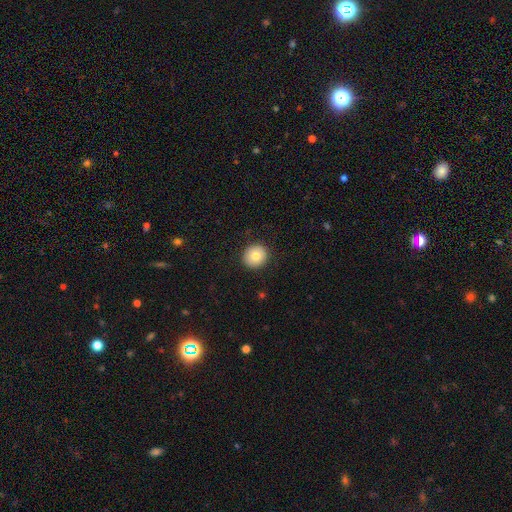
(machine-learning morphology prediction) Smooth or featured: smooth — 81% (featured or disk — 11%)
How rounded: round — 90% (in between — 9%)
Merging: none — 90% (minor disturbance — 7%)